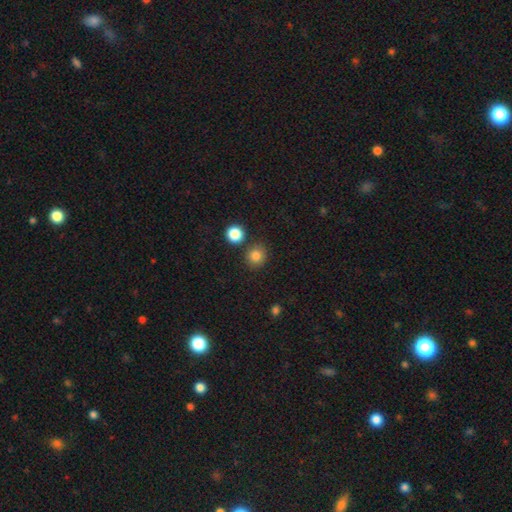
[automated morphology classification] Smooth or featured: smooth — 82% (star or artifact — 13%)
How rounded: round — 88% (in between — 11%)
Merging: none — 82% (minor disturbance — 8%)